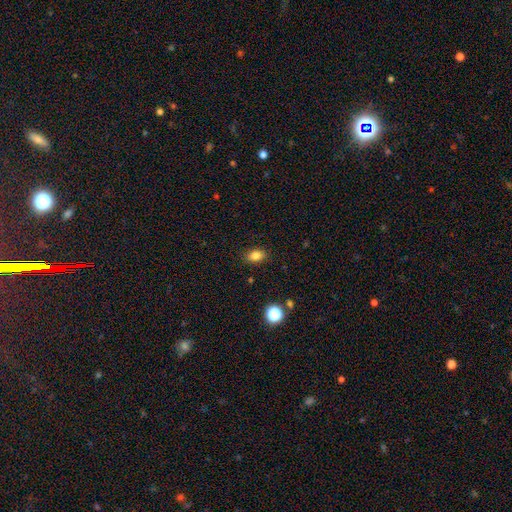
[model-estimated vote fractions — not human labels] A smooth galaxy with no disk features (83%) that is in between round and cigar-shaped (76%).

Vote fractions:
- Smooth or featured? smooth: 83% / star or artifact: 11% / featured or disk: 6%
- How rounded? in between: 76% / round: 23% / cigar-shaped: 2%
- Merging? none: 87% / minor disturbance: 9% / major disturbance: 3% / merger: 1%